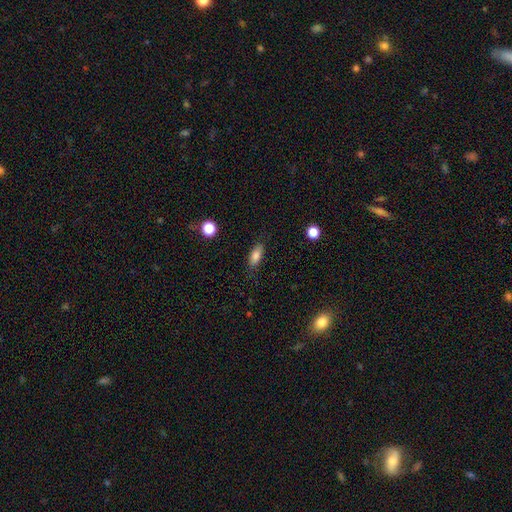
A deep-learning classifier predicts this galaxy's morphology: The model was most divided on "how rounded": in between: 78%, cigar-shaped: 18%, round: 4%. More confident: merging — none (84%); smooth or featured — smooth (82%).